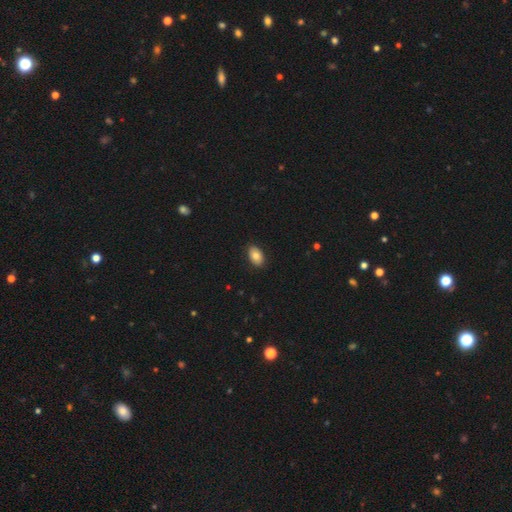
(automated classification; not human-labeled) This is clearly a smooth galaxy (81%). How rounded: clearly in between (90%). Merging: clearly none (88%).